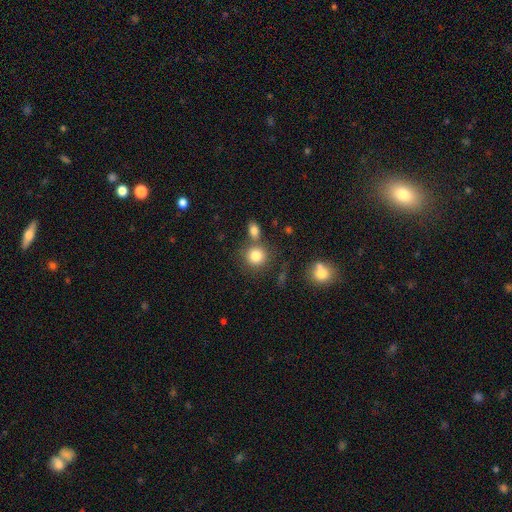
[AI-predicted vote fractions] Smooth or featured? smooth (83%)
How rounded? round (86%)
Merging? none (66%)